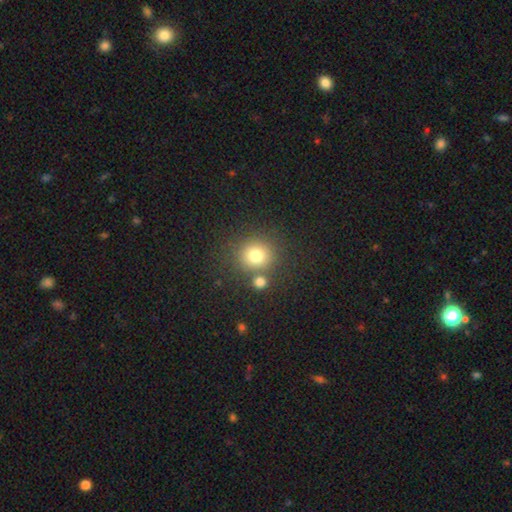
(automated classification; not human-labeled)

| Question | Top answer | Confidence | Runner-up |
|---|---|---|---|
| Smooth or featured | smooth | 78% | star or artifact (14%) |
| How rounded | round | 88% | in between (12%) |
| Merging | none | 72% | merger (16%) |